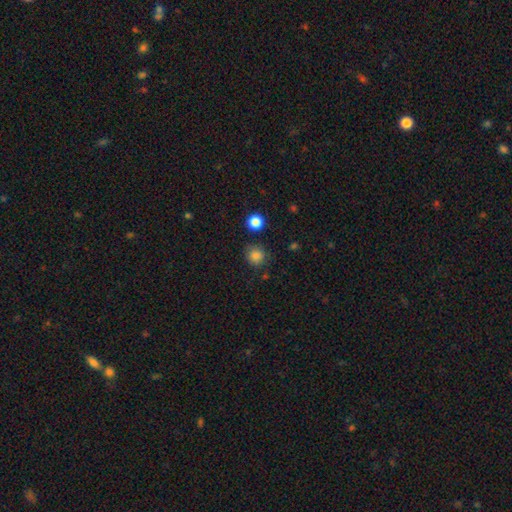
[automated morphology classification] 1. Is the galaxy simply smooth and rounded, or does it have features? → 83% smooth, 12% star or artifact, 4% featured or disk.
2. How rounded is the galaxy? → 91% round, 8% in between, 1% cigar-shaped.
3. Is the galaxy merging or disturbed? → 84% none, 10% minor disturbance, 3% major disturbance, 3% merger.